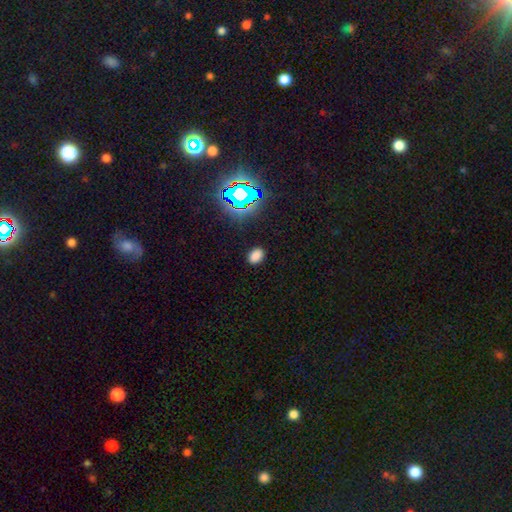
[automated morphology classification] This is likely a smooth galaxy (76%). How rounded: likely in between (76%). Merging: clearly none (88%).